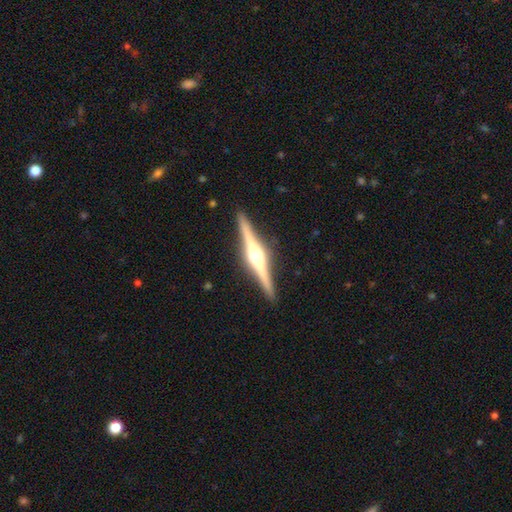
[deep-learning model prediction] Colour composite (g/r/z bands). It shows a featured or disk galaxy (86%) viewed edge-on (99%) with a rounded central bulge (93%). Merging: none (92%).